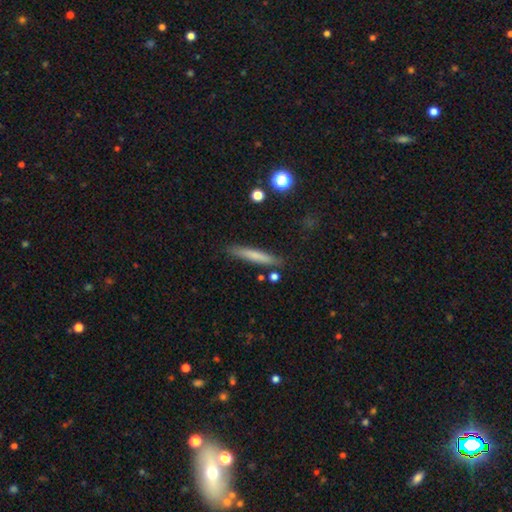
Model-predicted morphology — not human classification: Smooth or featured? smooth (70%)
How rounded? cigar-shaped (93%)
Merging? none (86%)